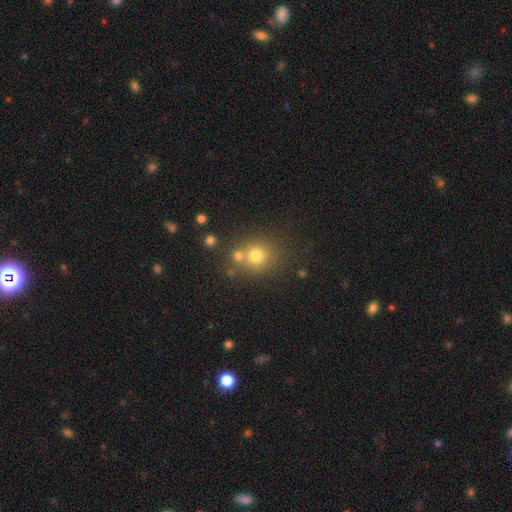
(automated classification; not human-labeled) Smooth or featured? Predicted: smooth (p=0.74). How rounded? Predicted: round (p=0.83). Merging? Predicted: none (p=0.62).